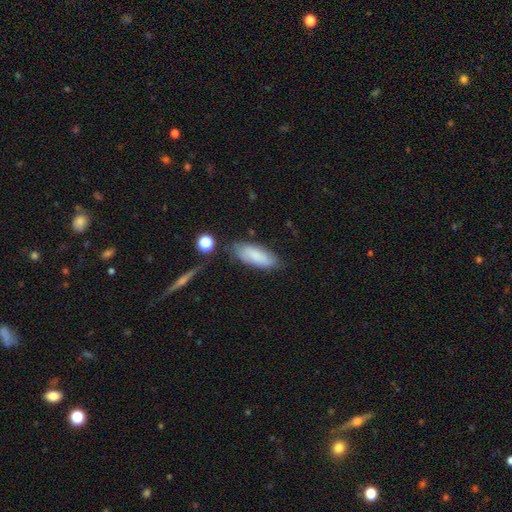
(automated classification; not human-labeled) smooth_or_featured: smooth (p=0.80) [alt: featured or disk p=0.13]
how_rounded: in between (p=0.74) [alt: cigar-shaped p=0.24]
merging: none (p=0.72) [alt: minor disturbance p=0.19]